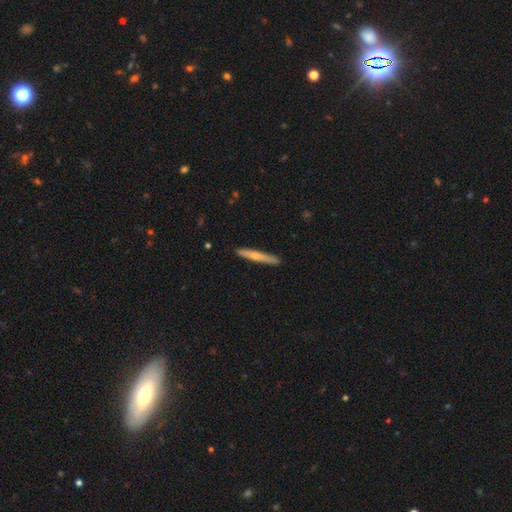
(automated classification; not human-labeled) A smooth galaxy with no disk features (56%) that is cigar-shaped (95%).

Vote fractions:
- Smooth or featured? smooth: 56% / featured or disk: 38% / star or artifact: 6%
- How rounded? cigar-shaped: 95% / in between: 4% / round: 1%
- Merging? none: 90% / minor disturbance: 8% / major disturbance: 1% / merger: 1%